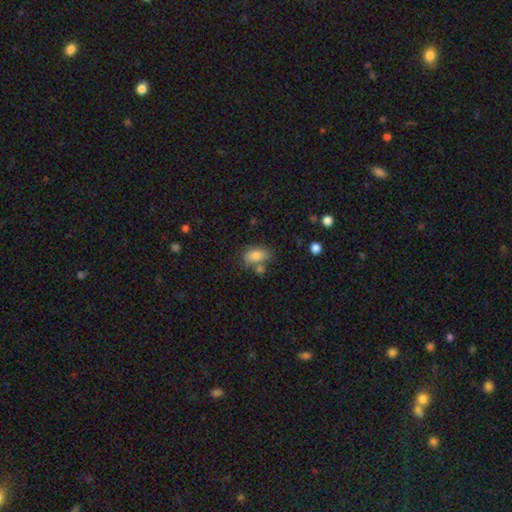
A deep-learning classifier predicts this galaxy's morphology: Smooth or featured? Predicted: smooth (p=0.83). How rounded? Predicted: in between (p=0.89). Merging? Predicted: none (p=0.56).